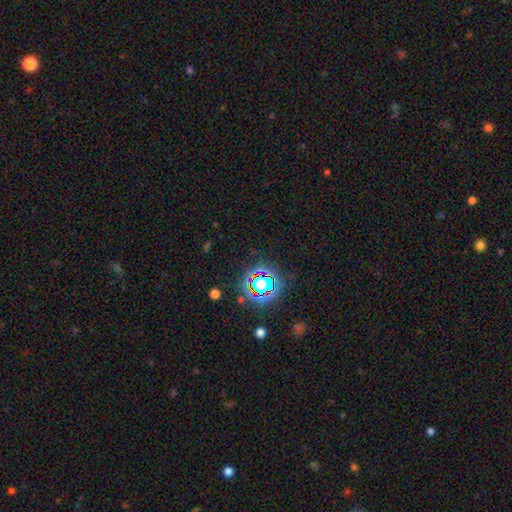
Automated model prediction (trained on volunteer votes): Smooth or featured?
  - star or artifact: 78% *
  - smooth: 13%
  - featured or disk: 9%